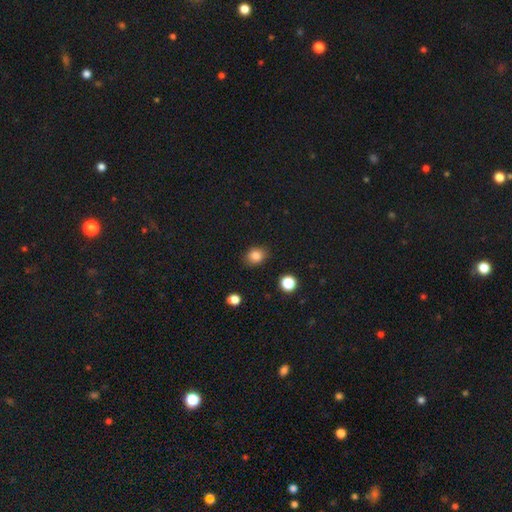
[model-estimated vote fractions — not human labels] A smooth galaxy with no disk features (84%) that is round (58%). Merging: none (84%).